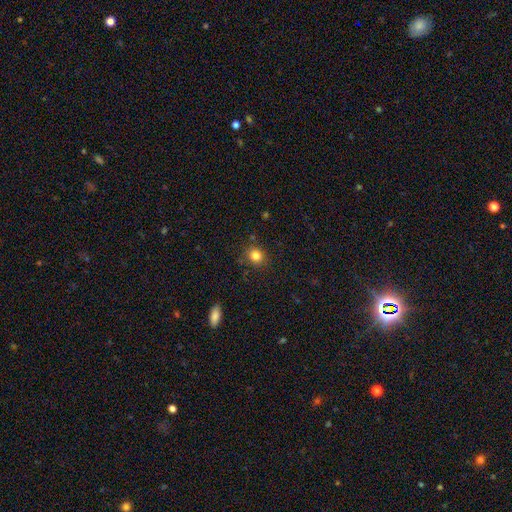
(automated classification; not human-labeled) Q: Smooth or featured?
A: smooth (83%); runner-up: star or artifact (11%)
Q: How rounded?
A: round (77%); runner-up: in between (22%)
Q: Merging?
A: none (85%); runner-up: minor disturbance (10%)